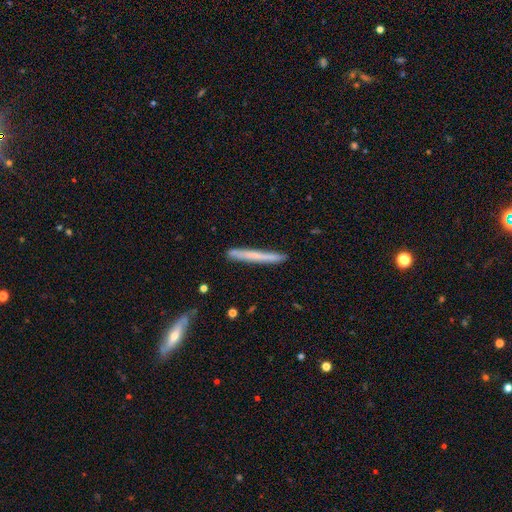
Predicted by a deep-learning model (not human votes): smooth 58%, featured or disk 36%, star or artifact 6%. Down the decision tree: how rounded — cigar-shaped (97%); merging — none (87%).